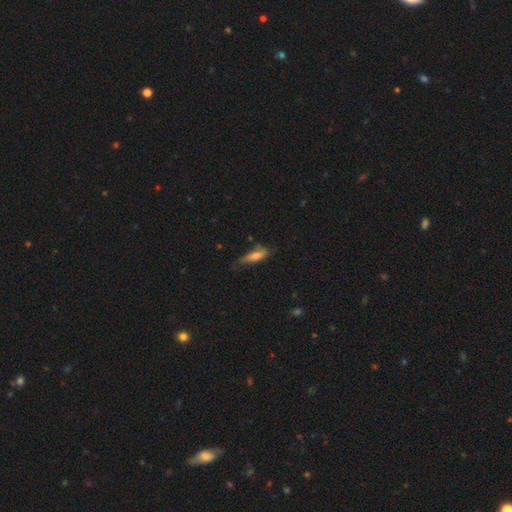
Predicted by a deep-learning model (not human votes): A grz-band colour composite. It shows a smooth galaxy with no disk features (70%) that is cigar-shaped (57%). Merging: none (53%).